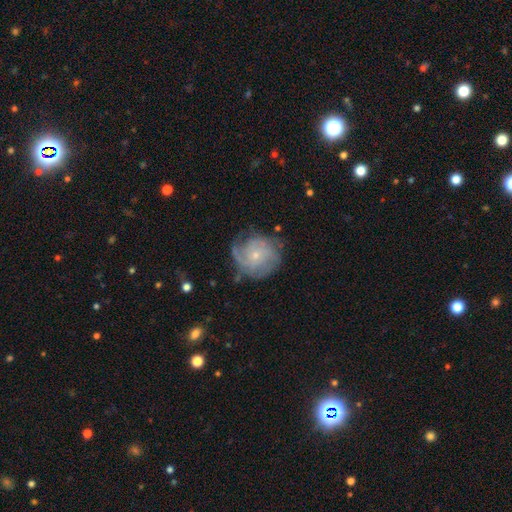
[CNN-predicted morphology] type=featured or disk (76%); edge-on=no (98%); bar=no (78%); spiral arms=yes (92%); winding=tight (57%); arm count=can't tell (35%); bulge=small (80%); merging=none (66%).